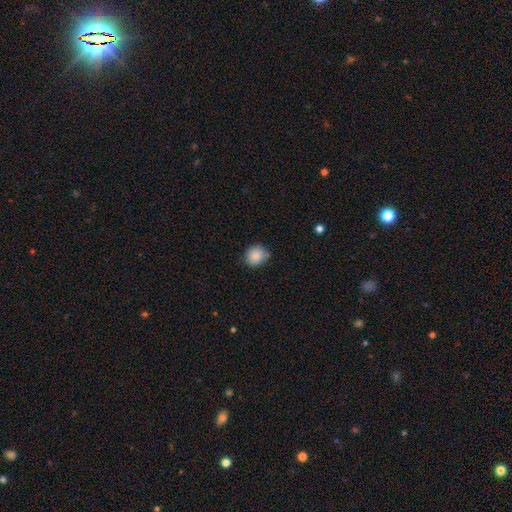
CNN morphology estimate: Smooth or featured? smooth (88%)
How rounded? round (81%)
Merging? none (77%)